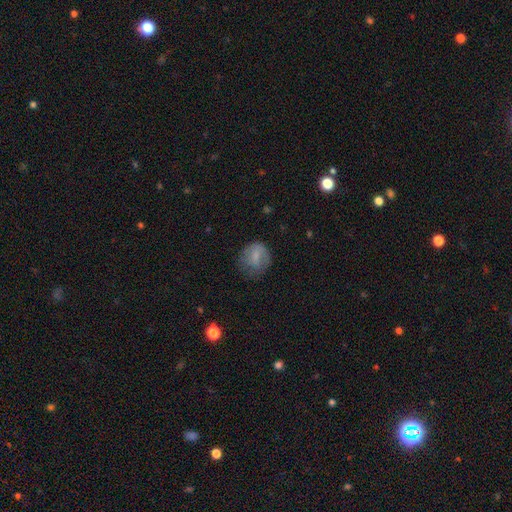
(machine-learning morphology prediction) Smooth or featured? smooth (69%)
How rounded? round (72%)
Merging? none (55%)